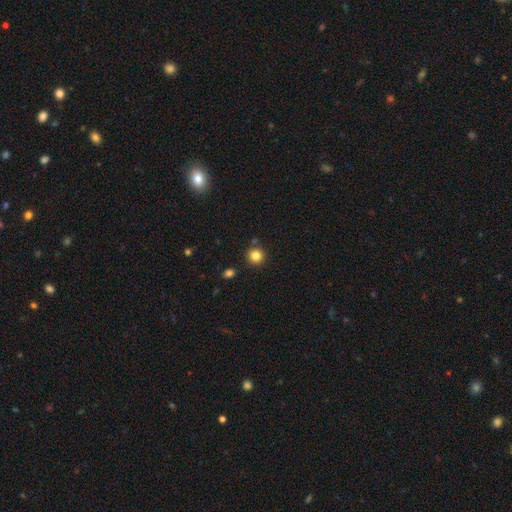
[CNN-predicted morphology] This is clearly a smooth galaxy (83%). How rounded: clearly round (93%). Merging: clearly none (86%).